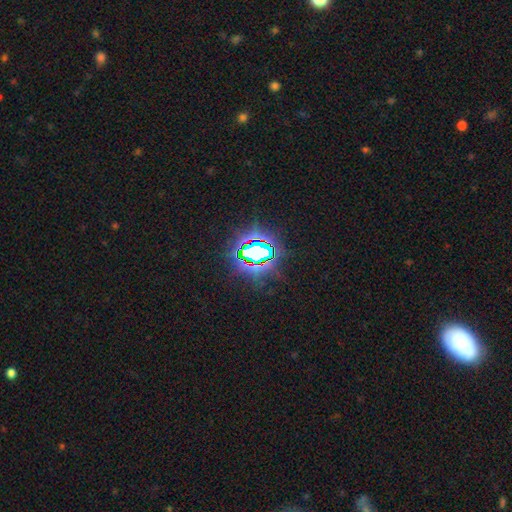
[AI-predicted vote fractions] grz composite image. It shows a star or artifact, not a galaxy (73%).